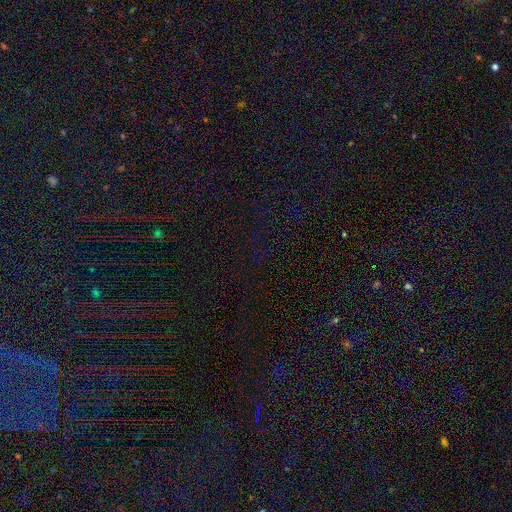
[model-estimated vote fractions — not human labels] star or artifact 73%, smooth 20%, featured or disk 7%.